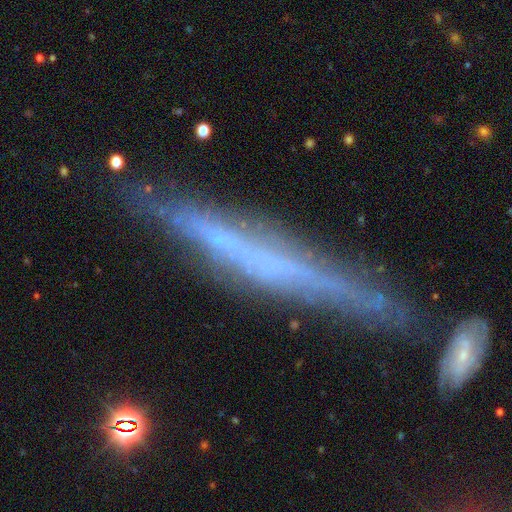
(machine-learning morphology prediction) smooth_or_featured: featured or disk (p=0.66) [alt: smooth p=0.23]
disk_edge_on: yes (p=0.92) [alt: no p=0.08]
edge_on_bulge: none (p=0.77) [alt: rounded p=0.13]
merging: none (p=0.69) [alt: minor disturbance p=0.18]